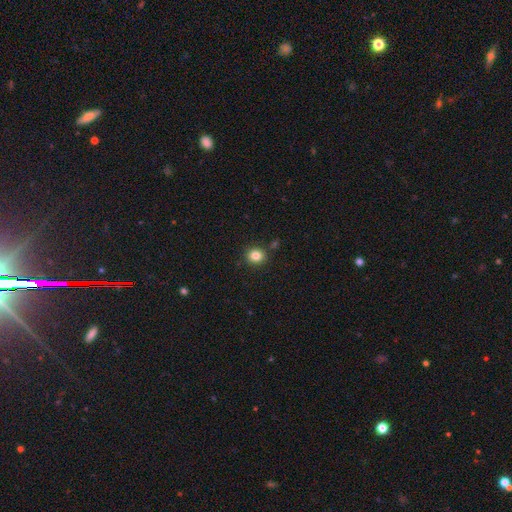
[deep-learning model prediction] Smooth or featured?
  - smooth: 83% *
  - star or artifact: 11%
  - featured or disk: 5%
How rounded?
  - round: 82% *
  - in between: 18%
  - cigar-shaped: 1%
Merging?
  - none: 86% *
  - minor disturbance: 8%
  - merger: 4%
  - major disturbance: 2%